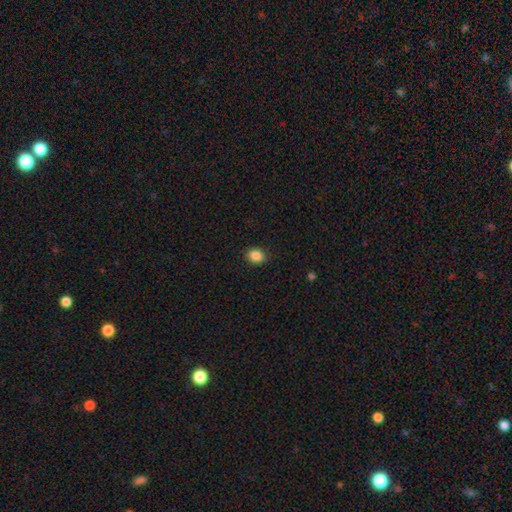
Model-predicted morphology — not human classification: Smooth or featured? smooth (87%)
How rounded? round (55%)
Merging? none (89%)